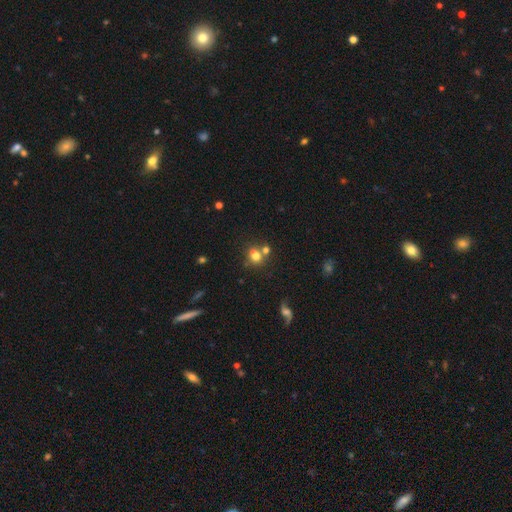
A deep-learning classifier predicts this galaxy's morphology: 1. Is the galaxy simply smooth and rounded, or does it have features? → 75% smooth, 14% star or artifact, 11% featured or disk.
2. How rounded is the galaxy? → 63% round, 36% in between, 1% cigar-shaped.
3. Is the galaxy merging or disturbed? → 48% none, 36% merger, 11% minor disturbance, 5% major disturbance.